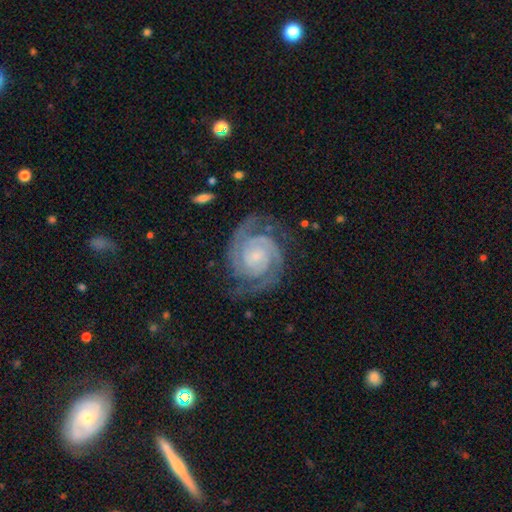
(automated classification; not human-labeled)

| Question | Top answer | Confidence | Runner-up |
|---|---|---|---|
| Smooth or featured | featured or disk | 92% | star or artifact (5%) |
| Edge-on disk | no | 98% | yes (2%) |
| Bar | no | 59% | weak (31%) |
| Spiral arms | yes | 99% | no (1%) |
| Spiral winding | tight | 72% | medium (25%) |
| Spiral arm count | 2 | 84% | 3 (7%) |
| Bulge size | small | 65% | moderate (19%) |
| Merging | none | 79% | minor disturbance (14%) |